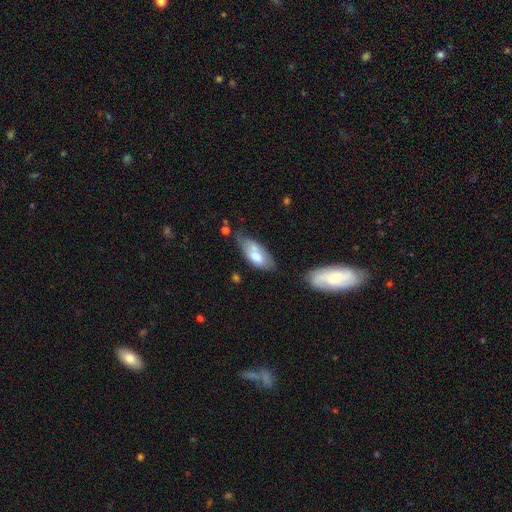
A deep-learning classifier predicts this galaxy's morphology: A smooth galaxy with no disk features (65%) that is in between round and cigar-shaped (83%).

Vote fractions:
- Smooth or featured? smooth: 65% / featured or disk: 28% / star or artifact: 7%
- How rounded? in between: 83% / cigar-shaped: 15% / round: 2%
- Merging? none: 43% / minor disturbance: 32% / merger: 14% / major disturbance: 11%